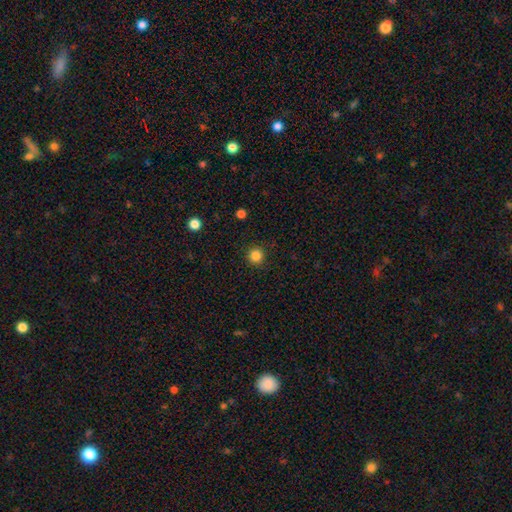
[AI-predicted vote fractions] Smooth or featured? Predicted: smooth (p=0.84). How rounded? Predicted: round (p=0.95). Merging? Predicted: none (p=0.92).